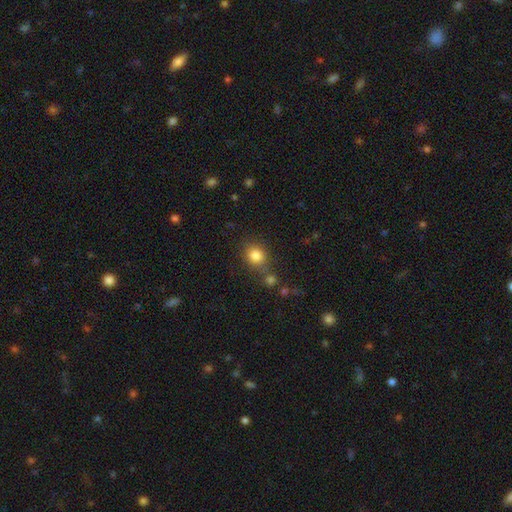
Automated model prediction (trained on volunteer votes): smooth-or-featured: smooth: 83% | star or artifact: 11% | featured or disk: 6%
  how-rounded: round: 69% | in between: 30% | cigar-shaped: 1%
  merging: none: 70% | merger: 13% | minor disturbance: 13% | major disturbance: 5%